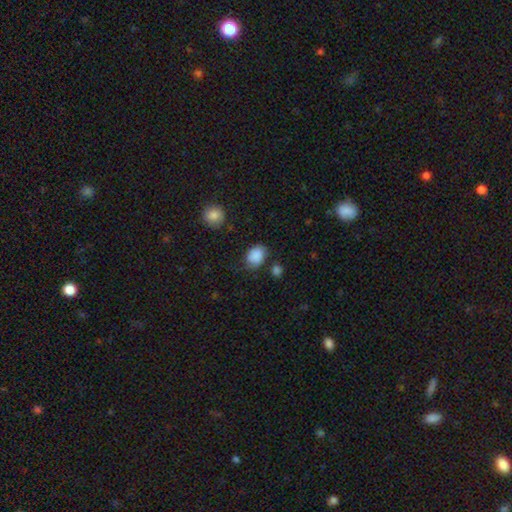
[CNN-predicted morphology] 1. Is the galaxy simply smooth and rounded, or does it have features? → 85% smooth, 8% star or artifact, 6% featured or disk.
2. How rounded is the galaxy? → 65% in between, 34% round, 1% cigar-shaped.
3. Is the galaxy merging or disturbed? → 65% none, 24% minor disturbance, 7% major disturbance, 5% merger.